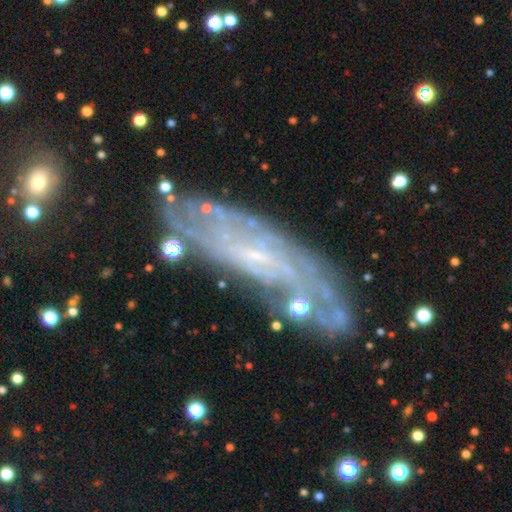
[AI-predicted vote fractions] Overall: featured or disk (78%). Edge-on disk: no (79%). Bar: no (46%; weak 39%). Spiral arms: yes (85%). Spiral arm count: can't tell (52%; 2 21%). Spiral winding: tight (52%; medium 33%). Bulge size: small (72%). Merging: none (68%).